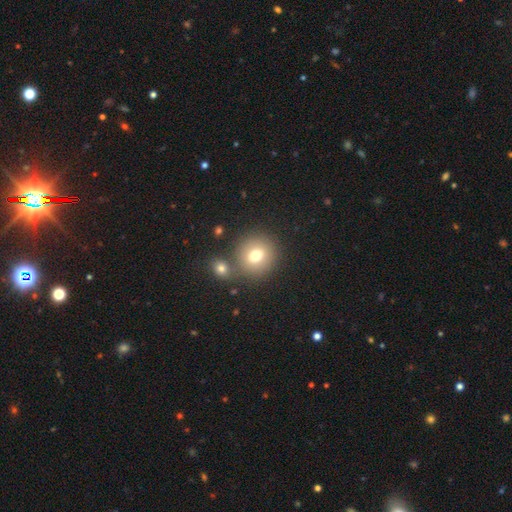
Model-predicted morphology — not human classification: Q: Smooth or featured?
A: smooth (75%); runner-up: featured or disk (13%)
Q: How rounded?
A: round (87%); runner-up: in between (12%)
Q: Merging?
A: none (68%); runner-up: merger (20%)